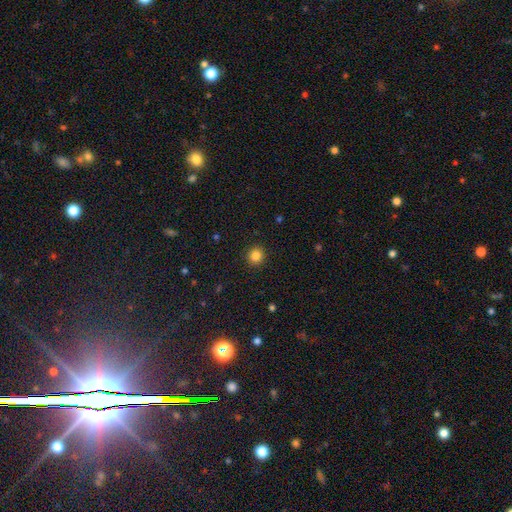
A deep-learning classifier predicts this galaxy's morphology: Smooth or featured?
  - smooth: 84% *
  - star or artifact: 12%
  - featured or disk: 4%
How rounded?
  - round: 92% *
  - in between: 7%
  - cigar-shaped: 1%
Merging?
  - none: 92% *
  - minor disturbance: 5%
  - major disturbance: 2%
  - merger: 1%